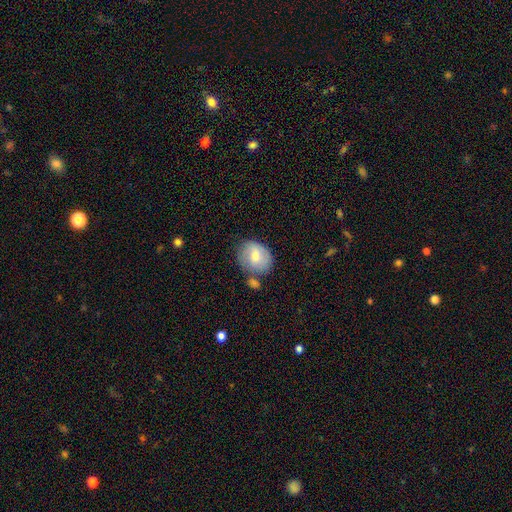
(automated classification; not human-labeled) smooth_or_featured: smooth (p=0.64) [alt: featured or disk p=0.29]
how_rounded: round (p=0.57) [alt: in between p=0.42]
merging: none (p=0.59) [alt: minor disturbance p=0.21]